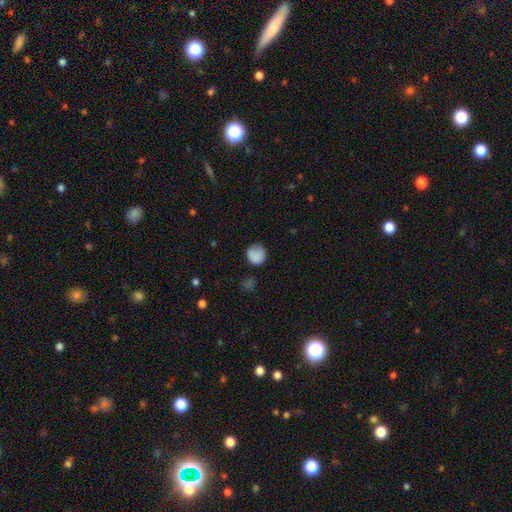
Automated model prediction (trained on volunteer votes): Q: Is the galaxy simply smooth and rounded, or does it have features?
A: smooth — 86%.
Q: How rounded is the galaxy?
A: round — 88%.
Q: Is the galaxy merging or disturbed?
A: none — 72%.